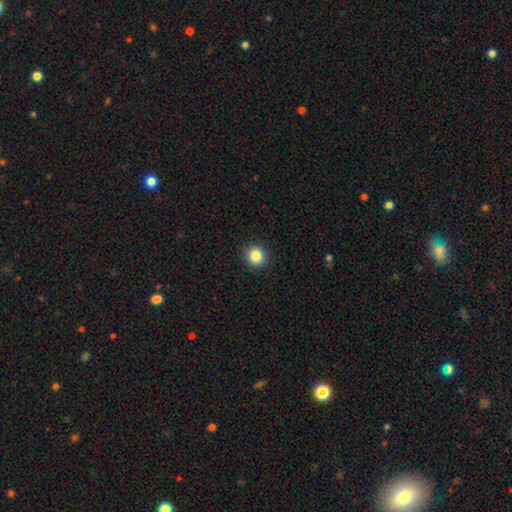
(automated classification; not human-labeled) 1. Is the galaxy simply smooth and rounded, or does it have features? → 85% smooth, 11% star or artifact, 5% featured or disk.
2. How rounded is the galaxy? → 92% round, 7% in between, 1% cigar-shaped.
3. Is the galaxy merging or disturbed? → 92% none, 5% minor disturbance, 2% major disturbance, 1% merger.